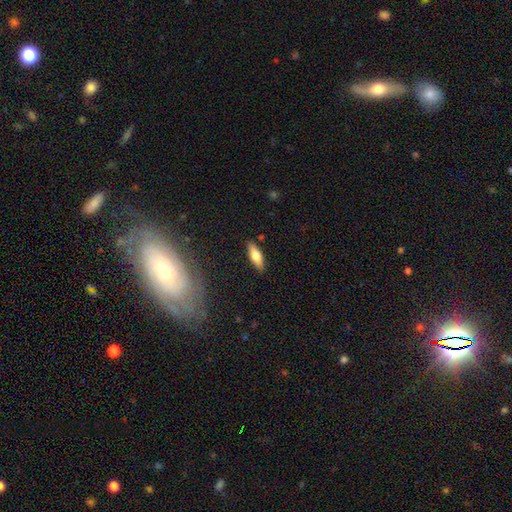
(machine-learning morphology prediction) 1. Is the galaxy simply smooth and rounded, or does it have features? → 64% smooth, 29% featured or disk, 6% star or artifact.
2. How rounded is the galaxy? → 56% in between, 41% cigar-shaped, 2% round.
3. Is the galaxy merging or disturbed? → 88% none, 9% minor disturbance, 2% major disturbance, 1% merger.